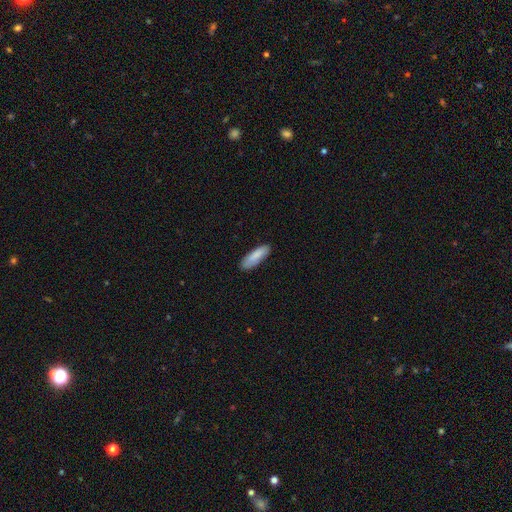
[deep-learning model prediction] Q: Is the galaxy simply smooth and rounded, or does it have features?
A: smooth — 86%.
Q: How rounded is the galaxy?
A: in between — 50%.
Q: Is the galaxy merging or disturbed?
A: none — 84%.